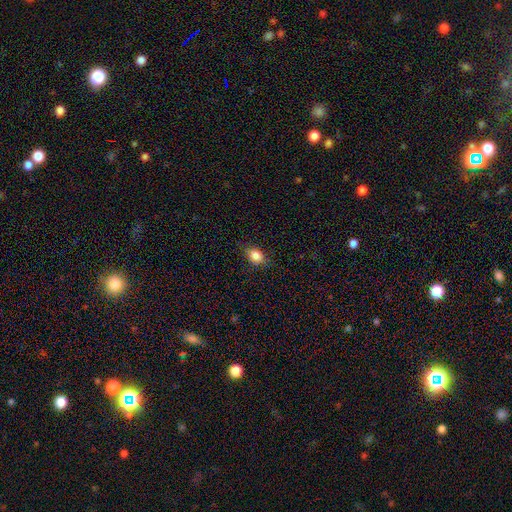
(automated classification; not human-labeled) A smooth galaxy with no disk features (84%) that is in between round and cigar-shaped (64%). Merging: none (82%).